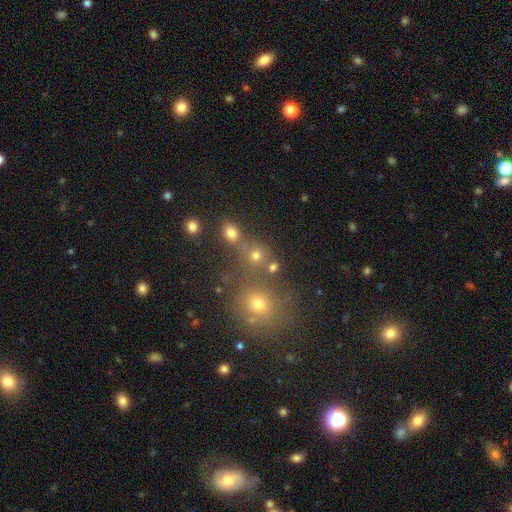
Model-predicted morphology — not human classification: This appears to be a smooth galaxy with no disk features (73%) that is round (86%). Merging: none (64%).